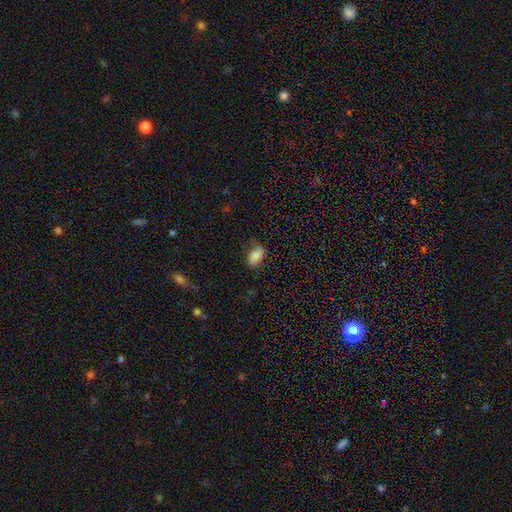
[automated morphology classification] Smooth or featured: smooth — 80% (featured or disk — 12%)
How rounded: in between — 91% (round — 6%)
Merging: none — 68% (minor disturbance — 23%)